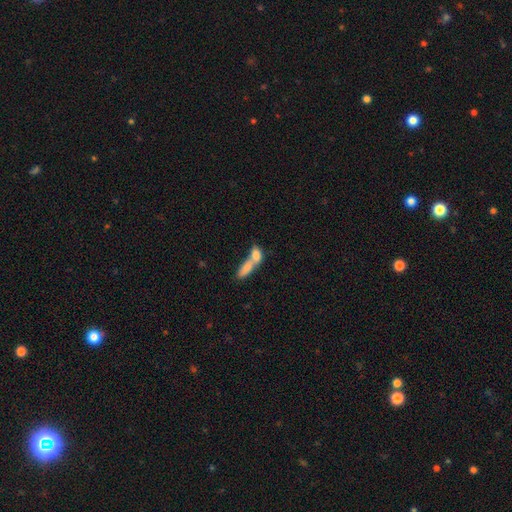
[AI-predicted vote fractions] A smooth galaxy with no disk features (75%) that is in between round and cigar-shaped (67%). Merging: merger (74%).